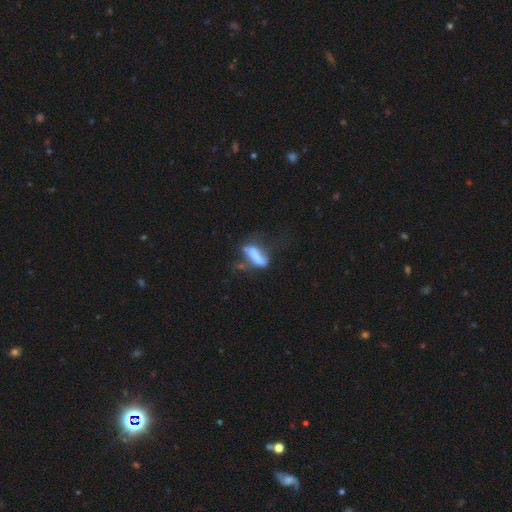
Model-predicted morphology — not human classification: smooth_or_featured: smooth (p=0.56) [alt: featured or disk p=0.33]
how_rounded: cigar-shaped (p=0.50) [alt: in between p=0.47]
merging: none (p=0.31) [alt: major disturbance p=0.29]